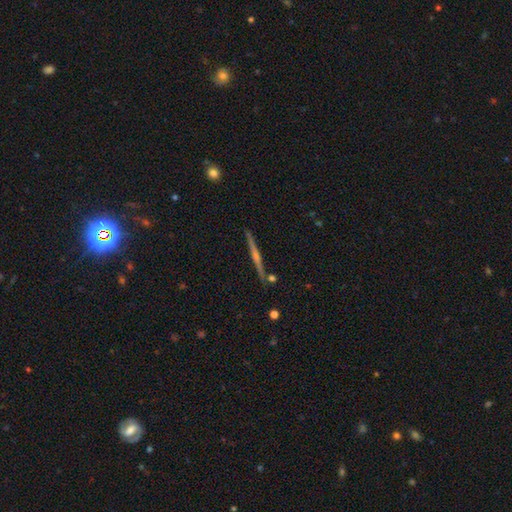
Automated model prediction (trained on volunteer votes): smooth-or-featured: featured or disk: 58% | smooth: 22% | star or artifact: 19%
  disk-edge-on: yes: 90% | no: 10%
    edge-on-bulge: rounded: 60% | none: 29% | boxy: 11%
  merging: none: 80% | minor disturbance: 10% | merger: 6% | major disturbance: 4%